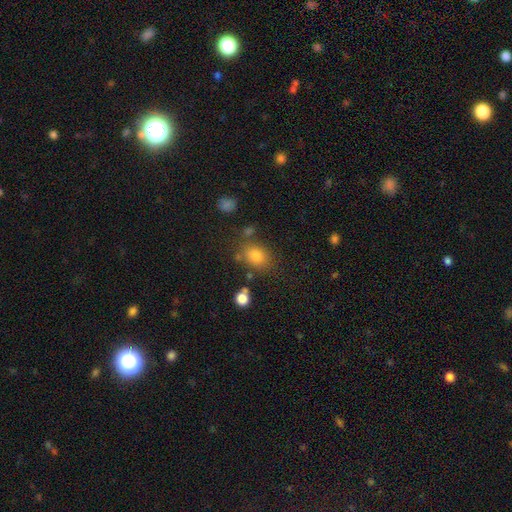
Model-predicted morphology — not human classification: smooth-or-featured: smooth: 78% | star or artifact: 14% | featured or disk: 8%
  how-rounded: in between: 58% | round: 40% | cigar-shaped: 1%
  merging: none: 73% | minor disturbance: 14% | merger: 8% | major disturbance: 5%